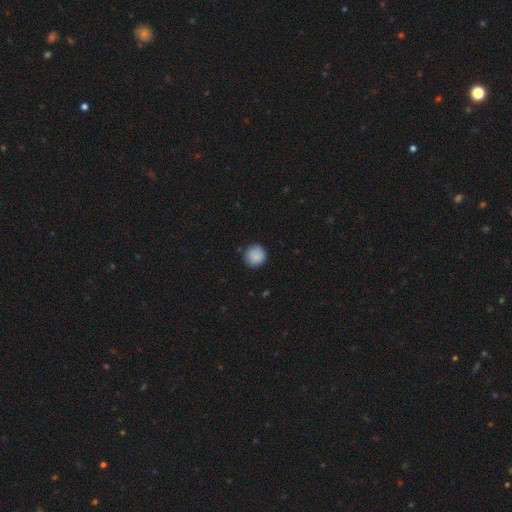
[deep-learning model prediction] Smooth or featured? Predicted: smooth (p=0.88). How rounded? Predicted: round (p=0.94). Merging? Predicted: none (p=0.86).